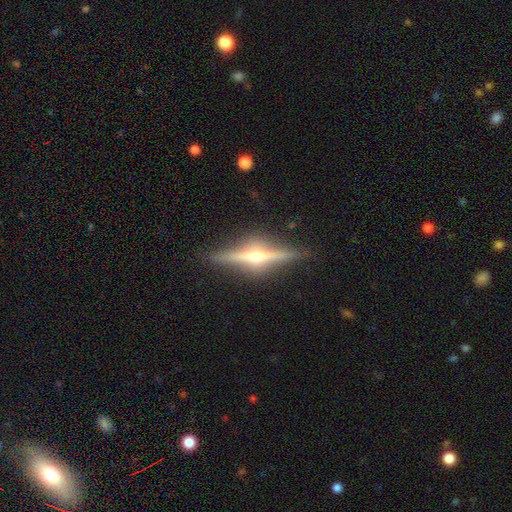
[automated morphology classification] Overall: featured or disk (85%). Edge-on disk: yes (98%). Edge-on bulge: rounded (93%). Merging: none (89%).